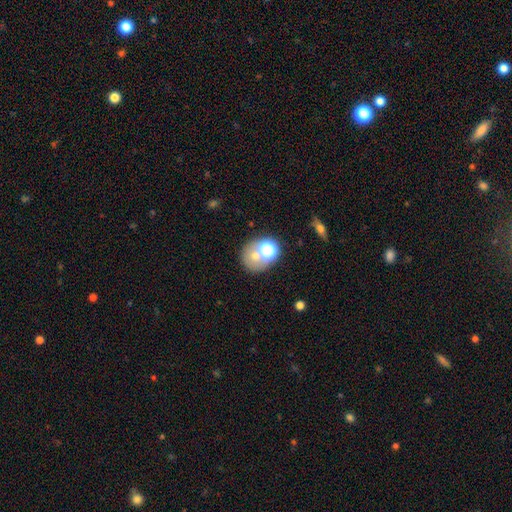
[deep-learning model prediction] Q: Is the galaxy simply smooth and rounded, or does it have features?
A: smooth — 60%.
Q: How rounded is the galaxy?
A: round — 72%.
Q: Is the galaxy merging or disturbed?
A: none — 50%.